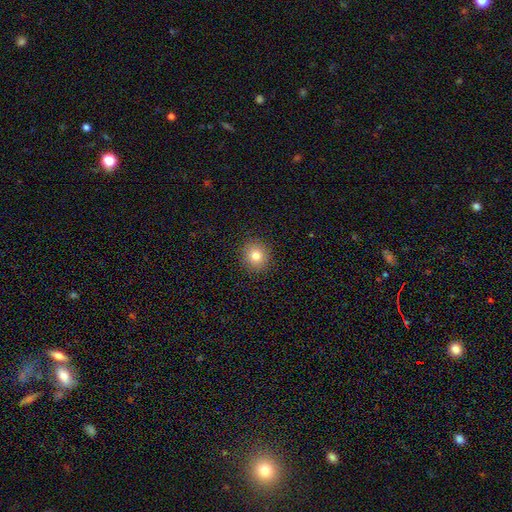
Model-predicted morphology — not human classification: Q: Smooth or featured?
A: smooth (80%); runner-up: star or artifact (12%)
Q: How rounded?
A: round (88%); runner-up: in between (11%)
Q: Merging?
A: none (91%); runner-up: minor disturbance (6%)